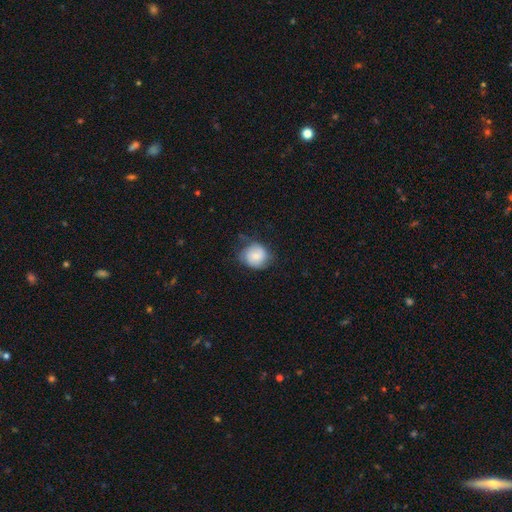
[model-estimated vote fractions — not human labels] Morphology: type=smooth (69%); roundness=round (83%); merging=none (61%).